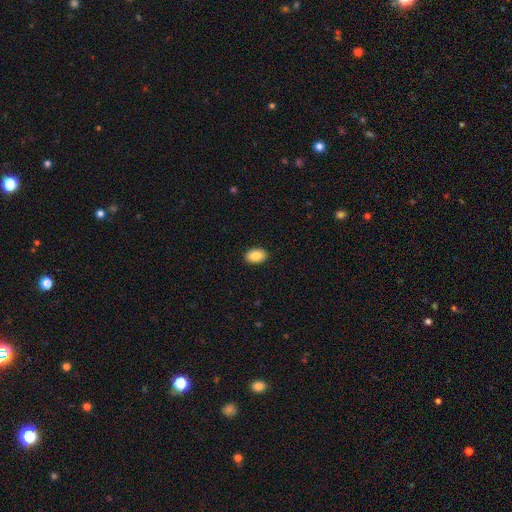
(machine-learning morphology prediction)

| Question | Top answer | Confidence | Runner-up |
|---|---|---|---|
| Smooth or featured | smooth | 88% | star or artifact (7%) |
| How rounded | in between | 88% | round (11%) |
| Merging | none | 90% | minor disturbance (7%) |